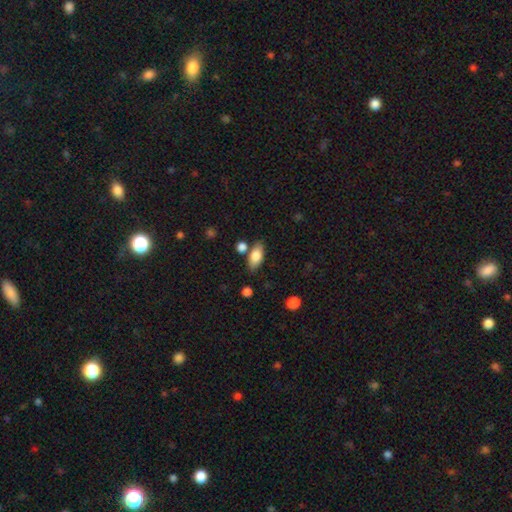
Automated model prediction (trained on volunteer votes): Smooth or featured? smooth (80%)
How rounded? in between (85%)
Merging? none (75%)